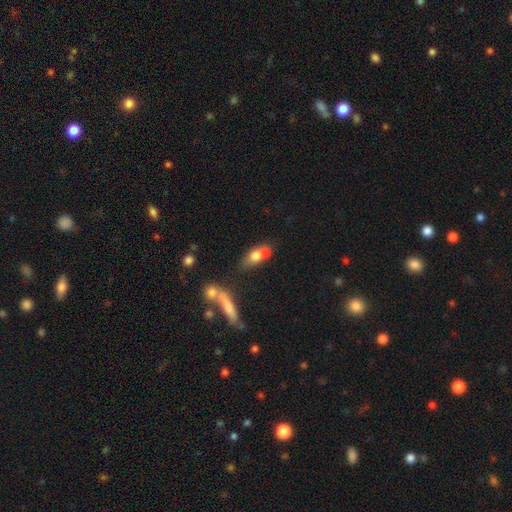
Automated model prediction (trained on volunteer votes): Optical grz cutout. It shows a smooth galaxy with no disk features (67%) that is in between round and cigar-shaped (65%). Merging: merger (46%).